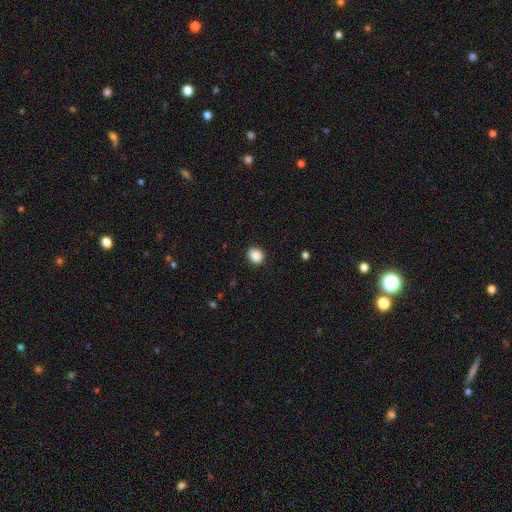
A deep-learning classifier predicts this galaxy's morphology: Q: Smooth or featured?
A: smooth (88%); runner-up: star or artifact (9%)
Q: How rounded?
A: round (77%); runner-up: in between (23%)
Q: Merging?
A: none (91%); runner-up: minor disturbance (6%)